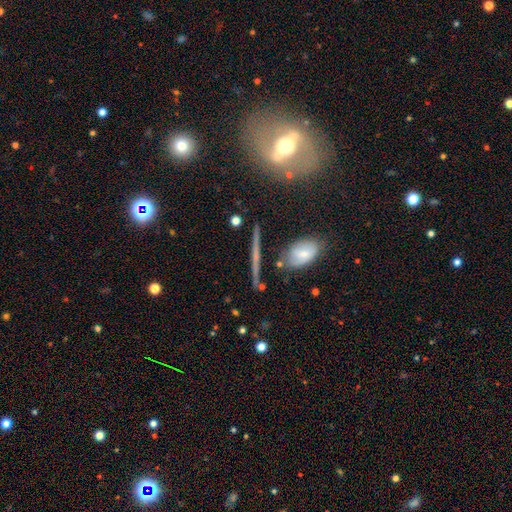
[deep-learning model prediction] smooth_or_featured: featured or disk (p=0.51) [alt: smooth p=0.30]
disk_edge_on: yes (p=0.80) [alt: no p=0.20]
merging: none (p=0.80) [alt: minor disturbance p=0.11]